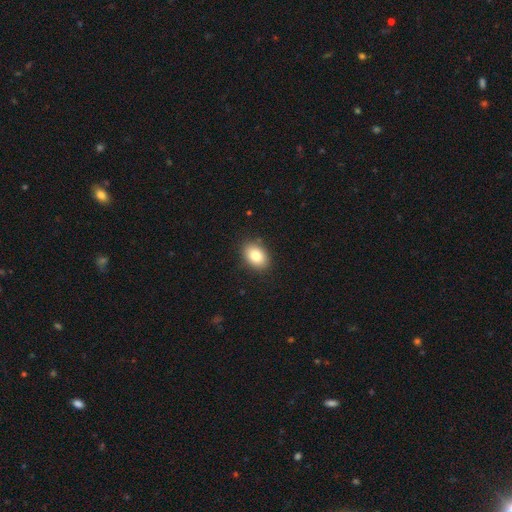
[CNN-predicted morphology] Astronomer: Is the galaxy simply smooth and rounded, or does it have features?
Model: smooth — 83%.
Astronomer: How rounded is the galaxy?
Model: in between — 77%.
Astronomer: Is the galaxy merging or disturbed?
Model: none — 88%.